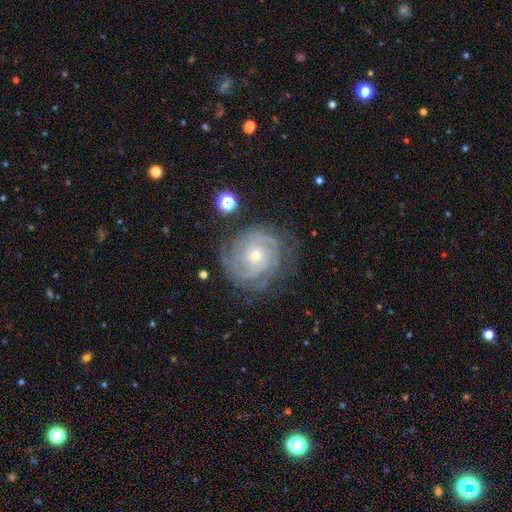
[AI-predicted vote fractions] Smooth or featured: featured or disk — 87% (smooth — 7%)
Edge-on disk: no — 98% (yes — 2%)
Bar: no — 76% (weak — 19%)
Spiral arms: yes — 97% (no — 3%)
Spiral winding: tight — 75% (medium — 21%)
Spiral arm count: 3 — 28% (2 — 24%)
Bulge size: small — 54% (moderate — 43%)
Merging: none — 77% (minor disturbance — 15%)